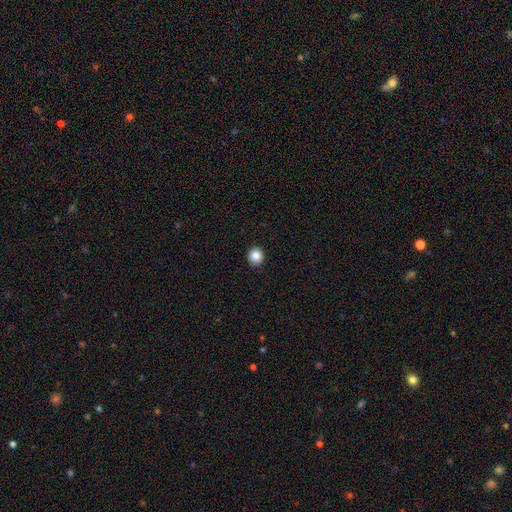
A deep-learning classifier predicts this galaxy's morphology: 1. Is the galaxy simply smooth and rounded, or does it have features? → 85% smooth, 10% star or artifact, 5% featured or disk.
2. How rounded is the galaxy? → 89% round, 10% in between, 1% cigar-shaped.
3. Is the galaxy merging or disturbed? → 93% none, 5% minor disturbance, 1% major disturbance, 1% merger.